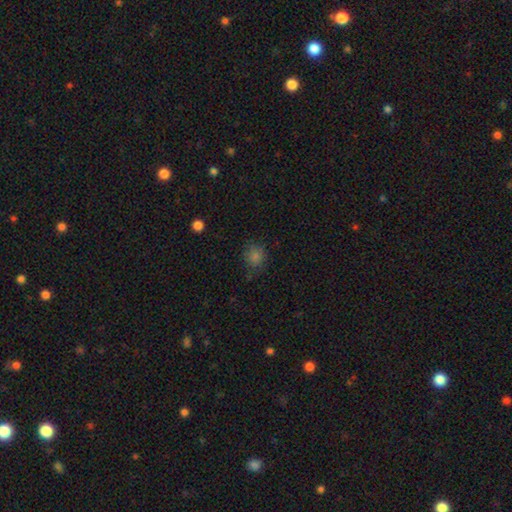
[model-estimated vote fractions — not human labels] This is likely a smooth galaxy (76%). How rounded: clearly round (84%). Merging: clearly none (81%).